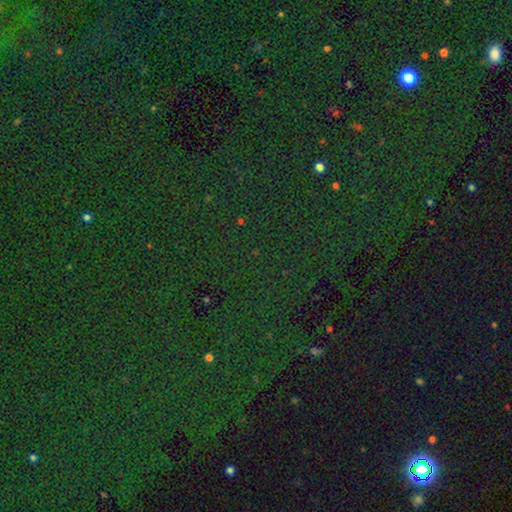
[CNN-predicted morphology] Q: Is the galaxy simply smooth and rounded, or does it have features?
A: star or artifact — 82%.